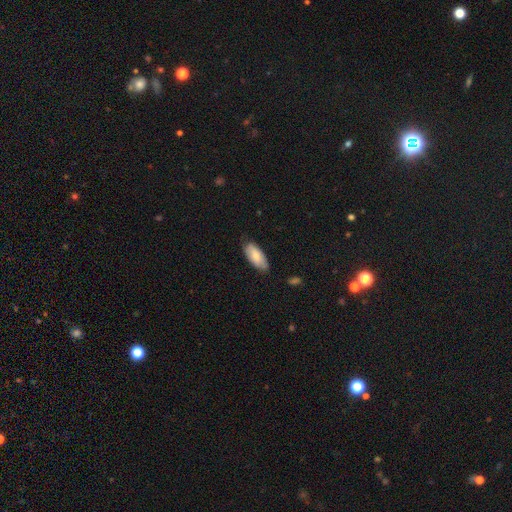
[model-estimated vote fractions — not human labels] A smooth galaxy with no disk features (77%) that is in between round and cigar-shaped (89%). Merging: none (76%).